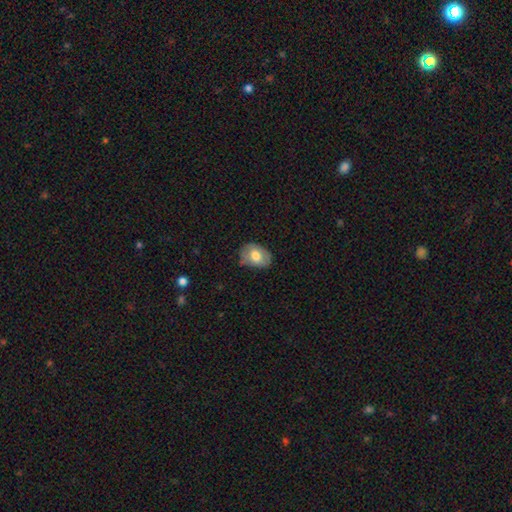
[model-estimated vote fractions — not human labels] Smooth or featured? Predicted: smooth (p=0.68). How rounded? Predicted: in between (p=0.77). Merging? Predicted: none (p=0.72).